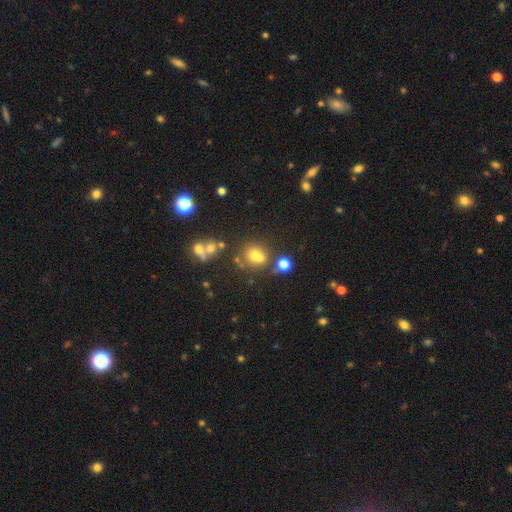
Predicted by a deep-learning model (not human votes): This appears to be a smooth galaxy with no disk features (60%) that is round (56%). Merging: none (50%).